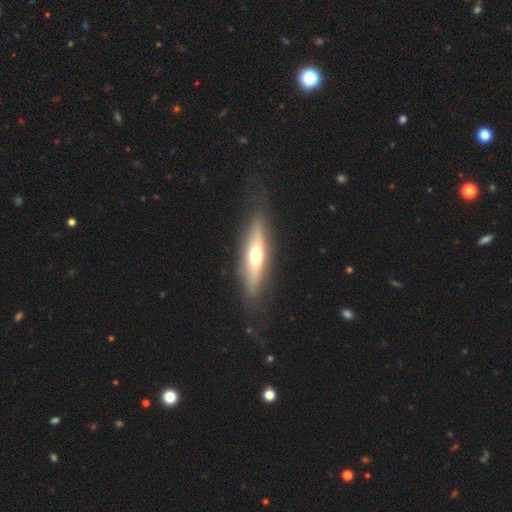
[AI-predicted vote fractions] This is possibly a smooth galaxy (47%). Merging: clearly none (82%).